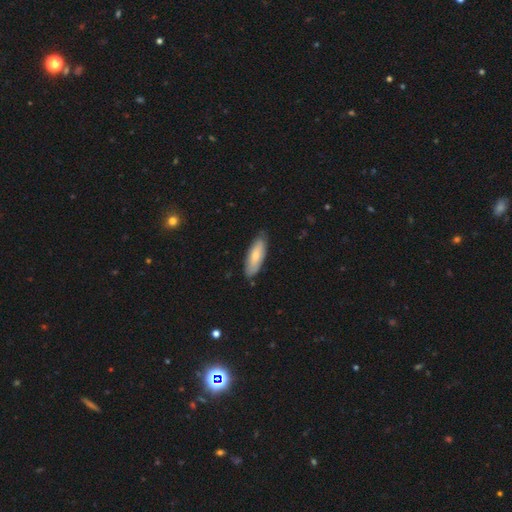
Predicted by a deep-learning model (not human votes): Morphology: type=smooth (74%); roundness=in between (64%); merging=none (77%).